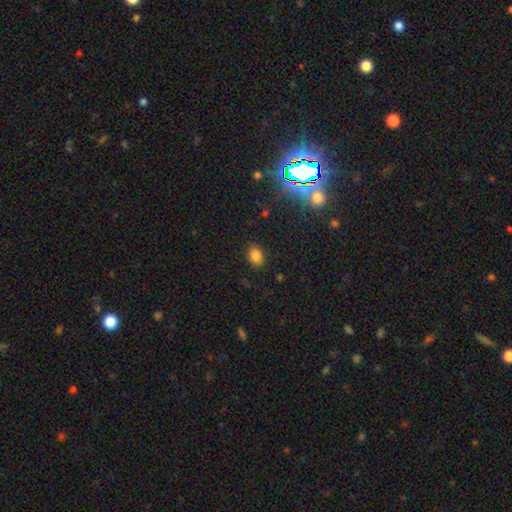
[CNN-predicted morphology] smooth 81%, star or artifact 13%, featured or disk 6%. Down the decision tree: how rounded — in between (70%); merging — none (87%).